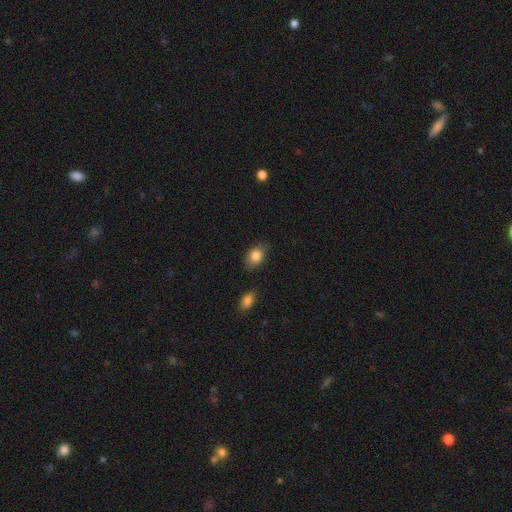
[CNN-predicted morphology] Q: Smooth or featured?
A: smooth (83%); runner-up: featured or disk (8%)
Q: How rounded?
A: in between (76%); runner-up: round (22%)
Q: Merging?
A: none (74%); runner-up: minor disturbance (19%)